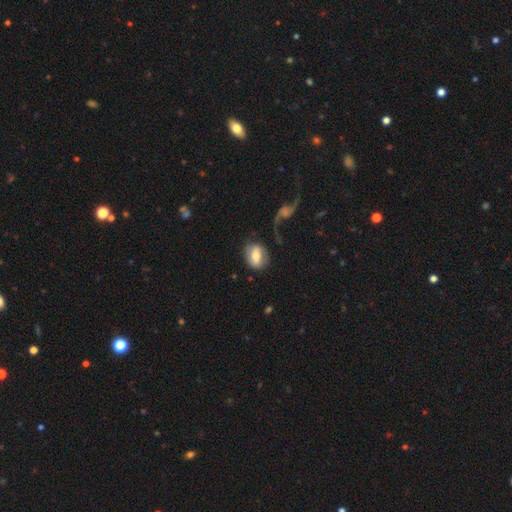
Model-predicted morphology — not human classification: Smooth or featured: smooth — 54% (featured or disk — 38%)
How rounded: in between — 66% (round — 32%)
Merging: none — 68% (minor disturbance — 18%)